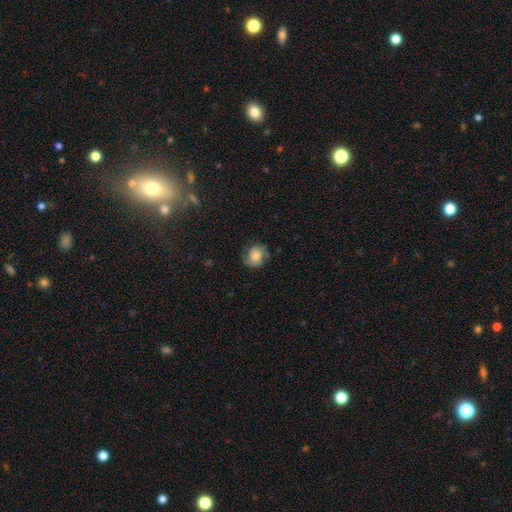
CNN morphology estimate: smooth 52%, featured or disk 39%, star or artifact 9%. Down the decision tree: how rounded — round (77%); merging — none (74%).